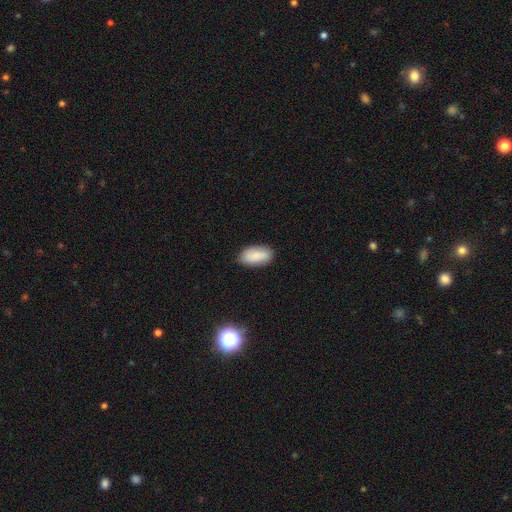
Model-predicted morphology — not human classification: This appears to be a smooth galaxy with no disk features (84%) that is in between round and cigar-shaped (93%). Merging: none (85%).